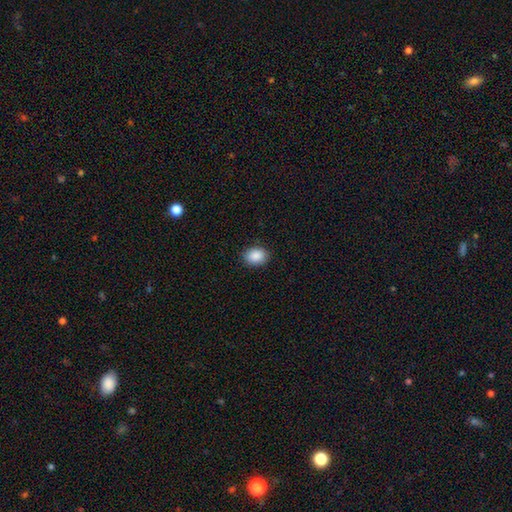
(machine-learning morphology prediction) This is clearly a smooth galaxy (89%). How rounded: likely in between (64%). Merging: clearly none (88%).